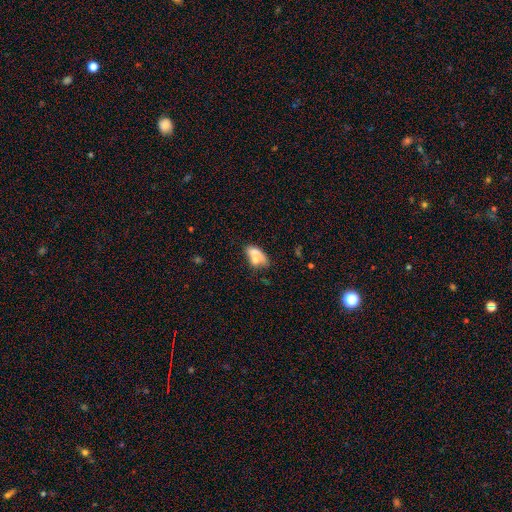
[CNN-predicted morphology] Smooth or featured: smooth — 66% (featured or disk — 24%)
How rounded: in between — 85% (round — 8%)
Merging: merger — 34% (none — 31%)